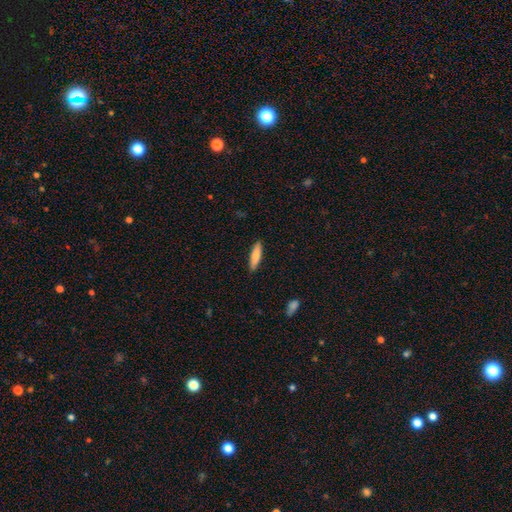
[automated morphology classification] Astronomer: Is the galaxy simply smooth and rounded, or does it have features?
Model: smooth — 78%.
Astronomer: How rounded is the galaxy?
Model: cigar-shaped — 71%.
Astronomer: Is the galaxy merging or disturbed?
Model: none — 89%.